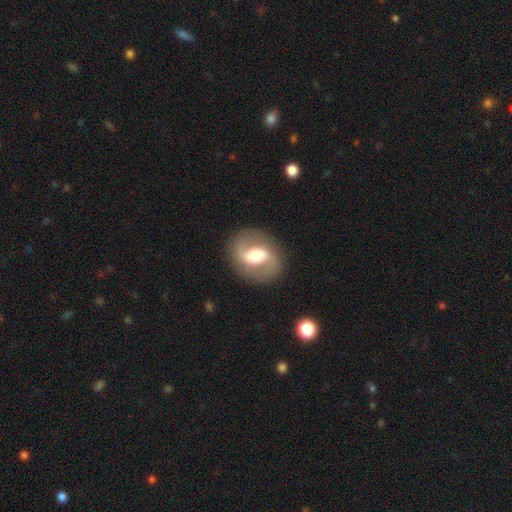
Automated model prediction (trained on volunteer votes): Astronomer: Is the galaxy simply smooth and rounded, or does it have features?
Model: featured or disk — 69%.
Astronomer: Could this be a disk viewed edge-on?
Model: no — 96%.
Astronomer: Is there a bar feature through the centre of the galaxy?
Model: weak — 39% (runner-up: strong, 38%).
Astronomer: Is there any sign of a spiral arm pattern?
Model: yes — 75%.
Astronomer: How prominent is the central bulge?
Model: moderate — 58%.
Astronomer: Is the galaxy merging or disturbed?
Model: none — 84%.